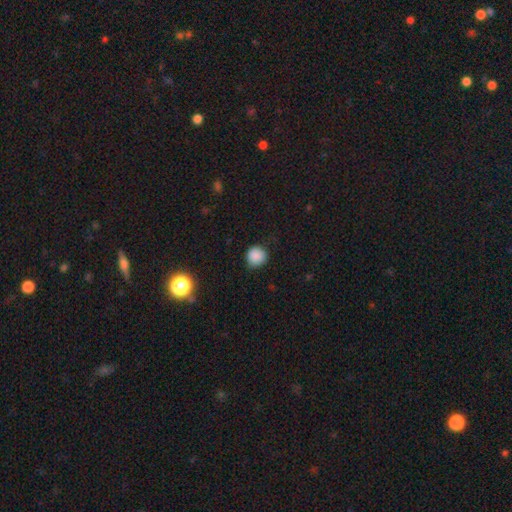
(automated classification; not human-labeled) A smooth galaxy with no disk features (87%) that is round (89%). Merging: none (83%).